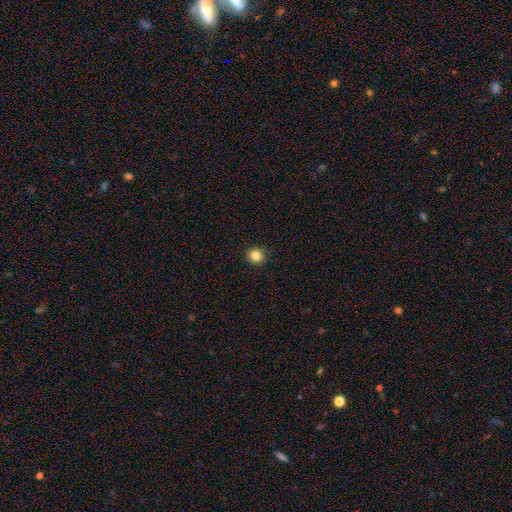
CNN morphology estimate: Overall: smooth (84%). How rounded: round (91%). Merging: none (92%).